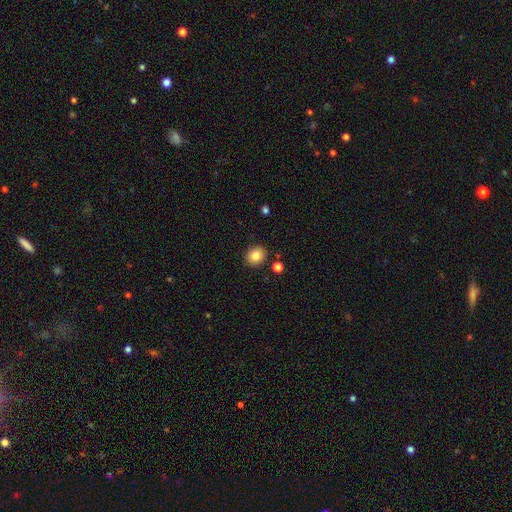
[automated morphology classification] This appears to be a smooth galaxy with no disk features (83%) that is round (74%). Merging: none (87%).